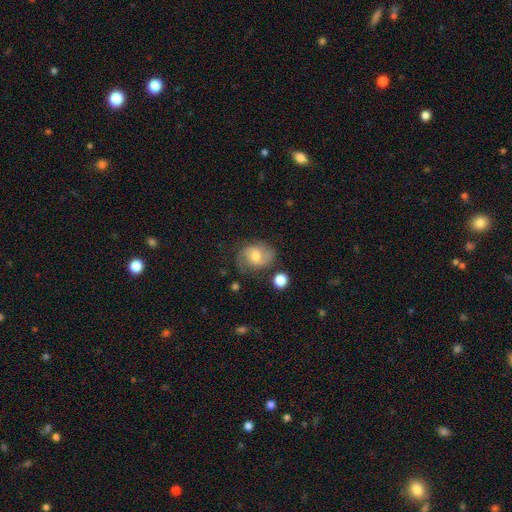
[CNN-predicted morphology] Overall: featured or disk (58%; smooth 34%). Edge-on disk: no (97%). Bar: no (51%; weak 41%). Spiral arms: yes (86%). Bulge size: moderate (61%; small 29%). Merging: none (66%).